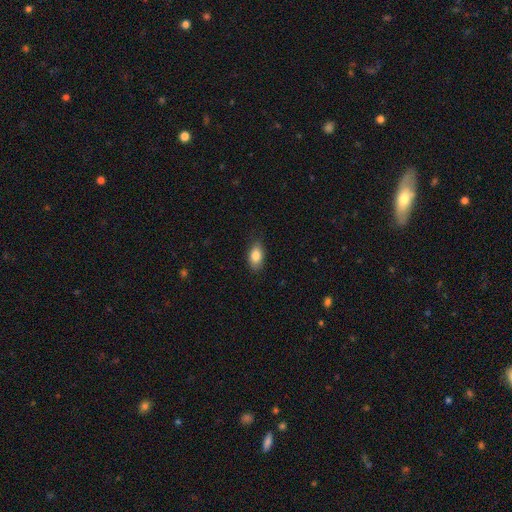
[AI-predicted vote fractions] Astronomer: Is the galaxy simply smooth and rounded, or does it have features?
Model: smooth — 84%.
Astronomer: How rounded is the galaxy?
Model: in between — 90%.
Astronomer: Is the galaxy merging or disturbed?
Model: none — 84%.